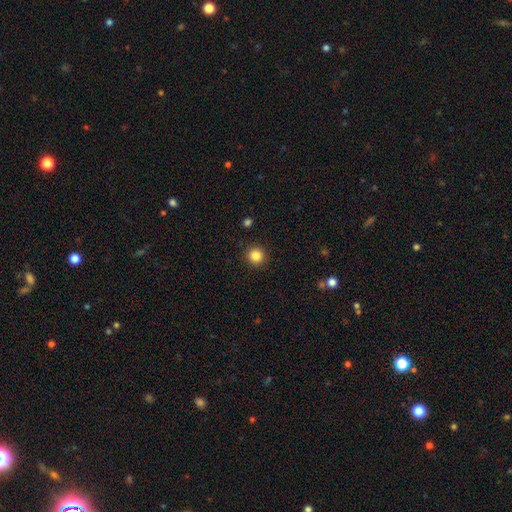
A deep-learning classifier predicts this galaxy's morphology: smooth 86%, star or artifact 11%, featured or disk 4%. Down the decision tree: how rounded — round (94%); merging — none (92%).